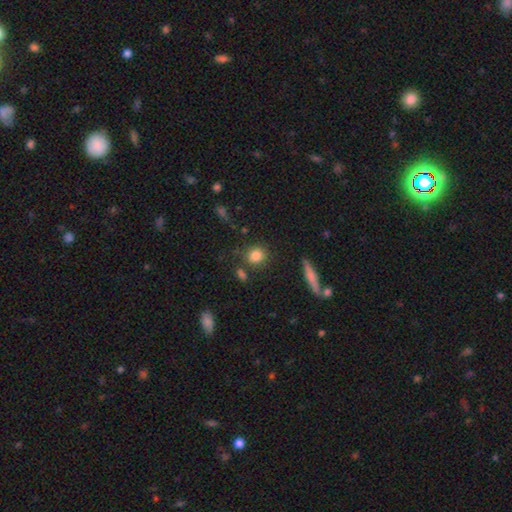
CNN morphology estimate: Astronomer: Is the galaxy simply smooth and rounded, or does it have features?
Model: smooth — 82%.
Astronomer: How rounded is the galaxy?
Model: round — 80%.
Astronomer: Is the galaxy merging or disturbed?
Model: none — 78%.